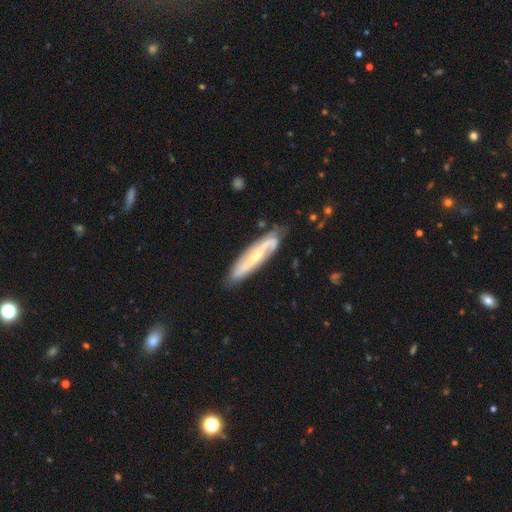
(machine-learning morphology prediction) This is likely a featured or disk galaxy (79%). It is likely not viewed edge-on (69%). Bar: possibly strong (46%). Spiral arm pattern: clearly yes (91%). Central bulge: likely small (62%). Merging: likely none (77%).